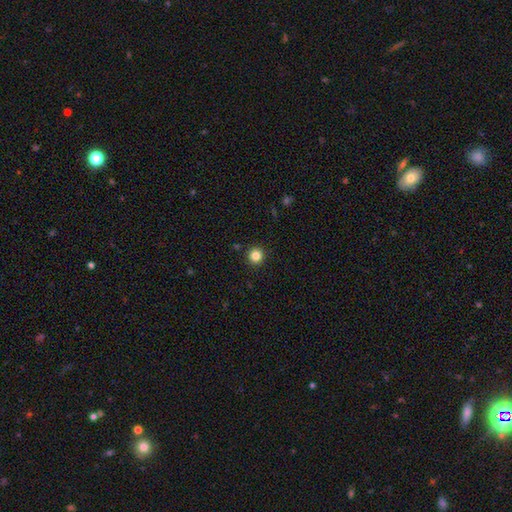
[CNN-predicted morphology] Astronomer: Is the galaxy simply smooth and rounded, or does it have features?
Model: smooth — 84%.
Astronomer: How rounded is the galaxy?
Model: round — 95%.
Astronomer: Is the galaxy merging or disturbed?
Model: none — 93%.